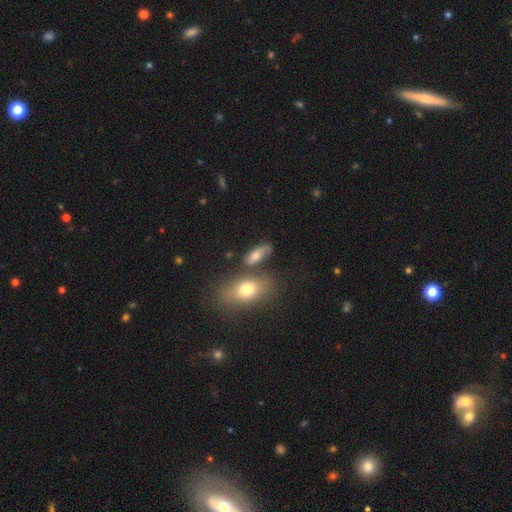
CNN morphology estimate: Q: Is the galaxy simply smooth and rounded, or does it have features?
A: smooth — 73%.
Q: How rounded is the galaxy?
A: in between — 79%.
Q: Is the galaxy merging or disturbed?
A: none — 60%.